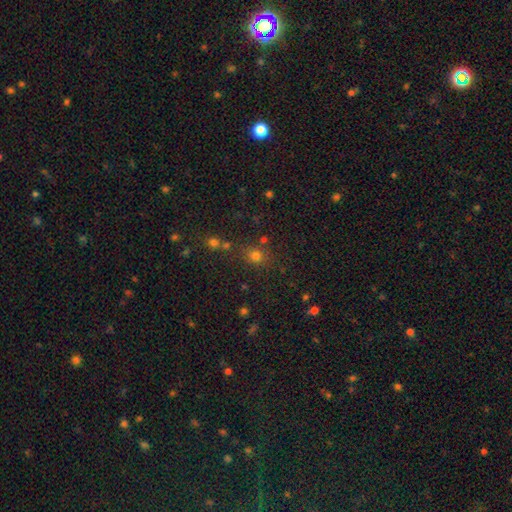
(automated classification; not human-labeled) The model was most divided on "smooth or featured": smooth: 69%, star or artifact: 24%, featured or disk: 8%. More confident: how rounded — round (77%); merging — none (72%).